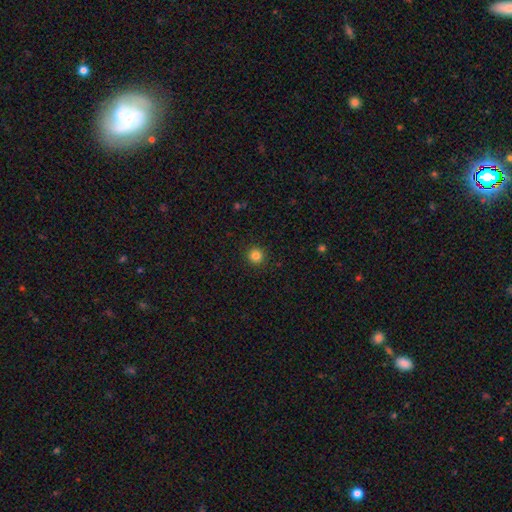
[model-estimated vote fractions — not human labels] smooth_or_featured: smooth (p=0.84) [alt: star or artifact p=0.12]
how_rounded: round (p=0.95) [alt: in between p=0.04]
merging: none (p=0.93) [alt: minor disturbance p=0.05]